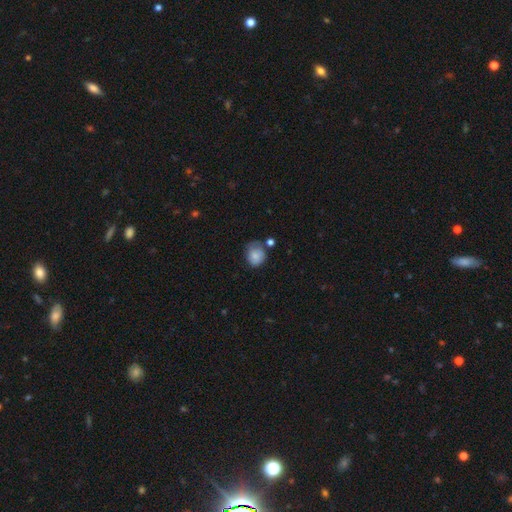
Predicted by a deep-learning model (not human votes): Overall: smooth (76%). How rounded: round (68%; in between 31%). Merging: none (49%; minor disturbance 30%).